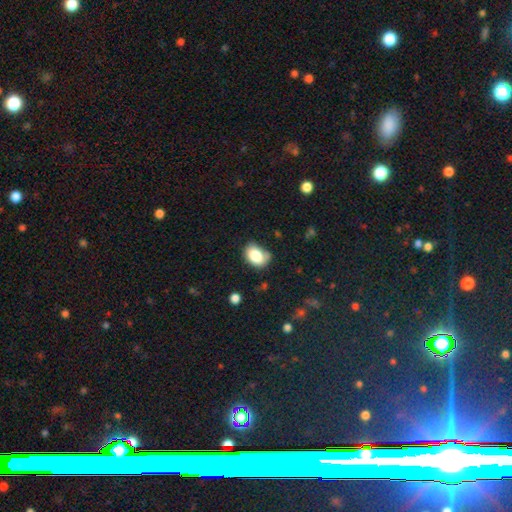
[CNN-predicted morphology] Overall: smooth (82%). How rounded: in between (73%). Merging: none (58%; minor disturbance 30%).